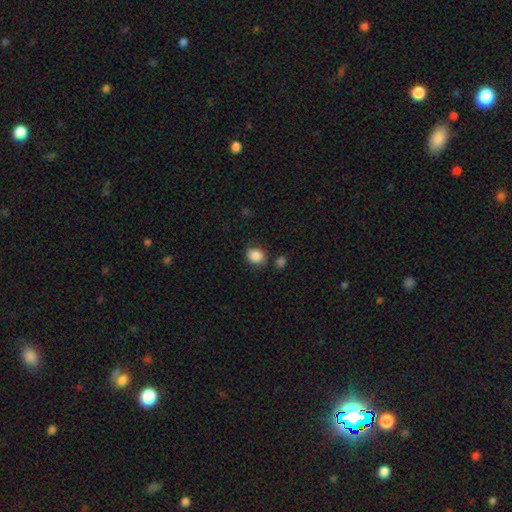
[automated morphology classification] smooth 87%, star or artifact 9%, featured or disk 4%. Down the decision tree: how rounded — round (59%); merging — none (76%).